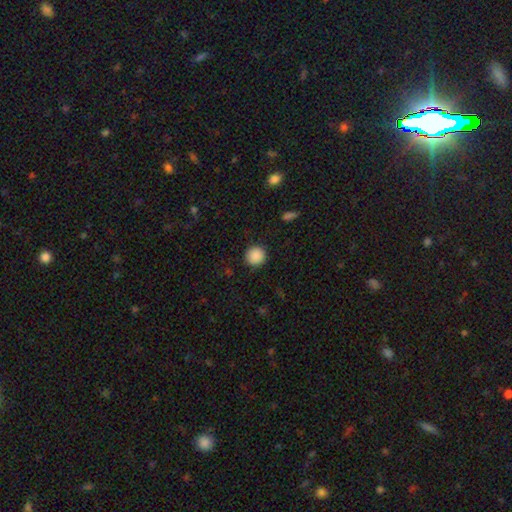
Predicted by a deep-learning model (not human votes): Smooth or featured? Predicted: smooth (p=0.89). How rounded? Predicted: round (p=0.94). Merging? Predicted: none (p=0.91).